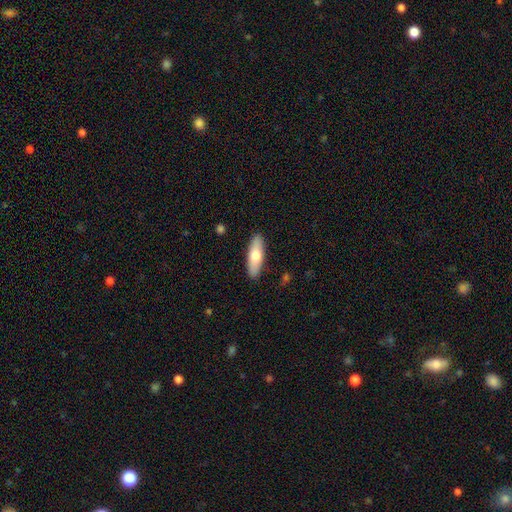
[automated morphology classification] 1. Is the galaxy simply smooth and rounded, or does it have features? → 69% smooth, 26% featured or disk, 5% star or artifact.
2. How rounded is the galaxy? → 54% in between, 44% cigar-shaped, 2% round.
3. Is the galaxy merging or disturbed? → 89% none, 8% minor disturbance, 2% major disturbance, 1% merger.